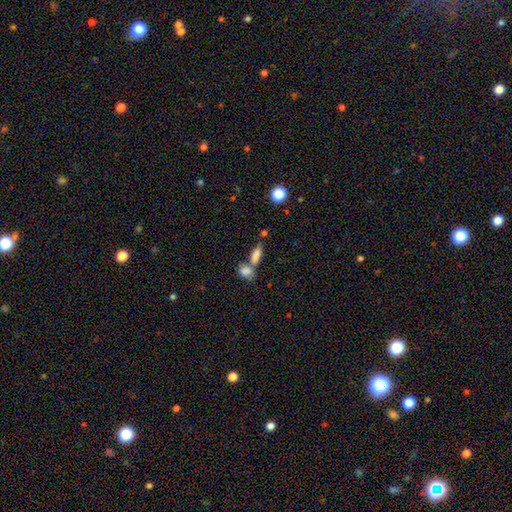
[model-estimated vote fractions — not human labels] A smooth galaxy with no disk features (83%) that is in between round and cigar-shaped (80%). Merging: merger (50%).